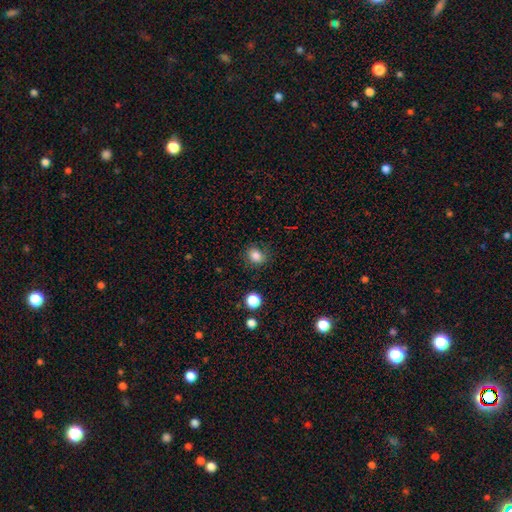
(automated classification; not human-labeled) smooth-or-featured: smooth: 83% | star or artifact: 12% | featured or disk: 5%
  how-rounded: round: 66% | in between: 33% | cigar-shaped: 1%
  merging: none: 81% | minor disturbance: 13% | major disturbance: 4% | merger: 2%